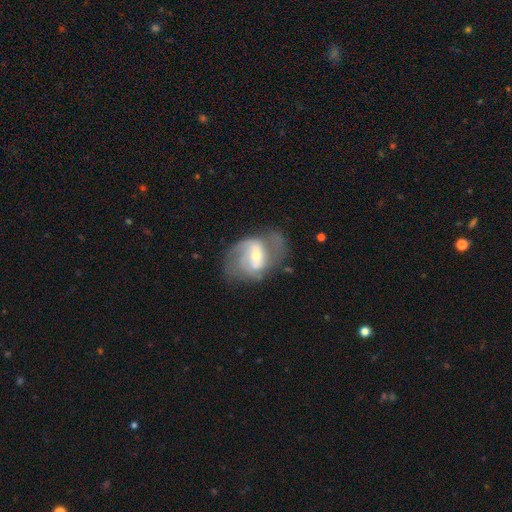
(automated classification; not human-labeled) Smooth or featured: featured or disk — 80% (smooth — 14%)
Edge-on disk: no — 97% (yes — 3%)
Bar: weak — 45% (strong — 28%)
Spiral arms: yes — 89% (no — 11%)
Spiral winding: medium — 49% (loose — 27%)
Spiral arm count: 2 — 63% (can't tell — 16%)
Bulge size: small — 47% (tied with moderate — 47%)
Merging: none — 54% (minor disturbance — 22%)